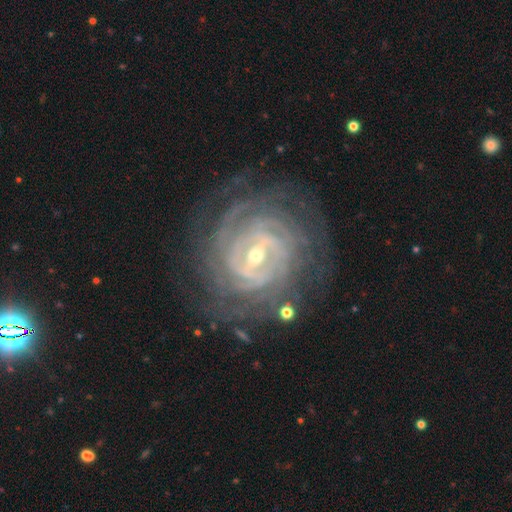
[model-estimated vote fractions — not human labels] A featured or disk galaxy (91%) with a strong bar (47%), 4 (25%) tight (83%) spiral arms (98%) and a small central bulge (55%). Merging: none (79%).